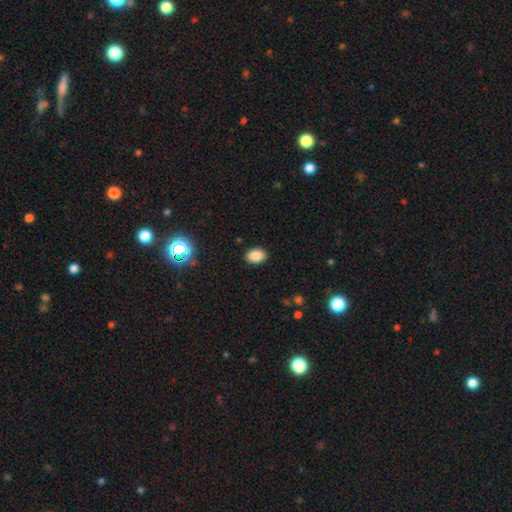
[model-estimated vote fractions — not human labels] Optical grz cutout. It shows a smooth galaxy with no disk features (86%) that is in between round and cigar-shaped (79%). Merging: none (89%).